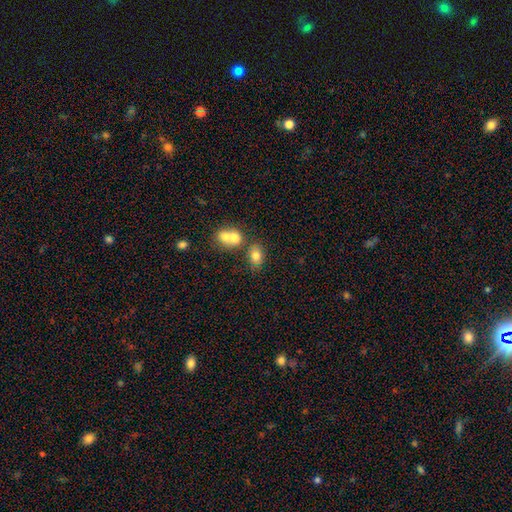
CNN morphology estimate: A smooth galaxy with no disk features (78%) that is in between round and cigar-shaped (73%). Merging: none (54%).